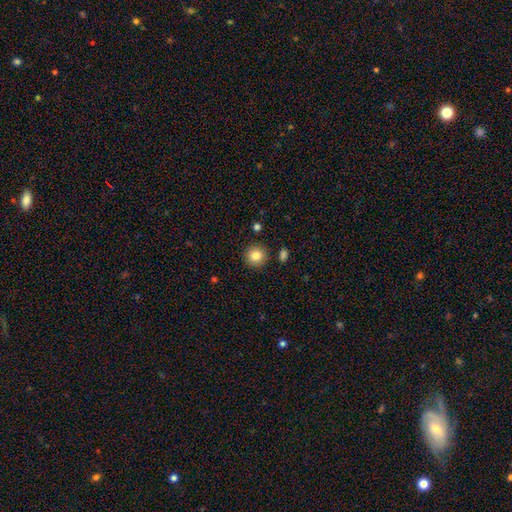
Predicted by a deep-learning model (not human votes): Smooth or featured? Predicted: smooth (p=0.84). How rounded? Predicted: round (p=0.93). Merging? Predicted: none (p=0.89).